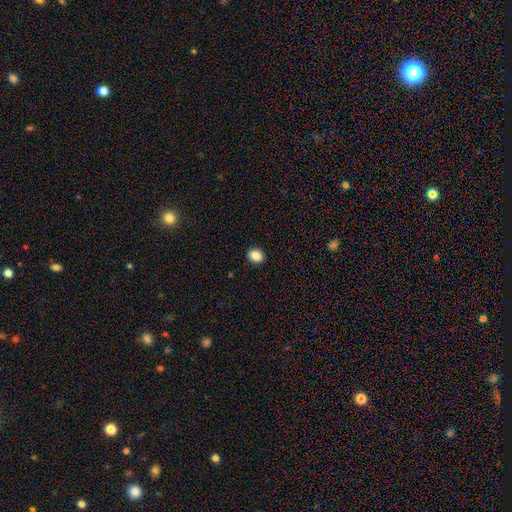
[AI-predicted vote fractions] Smooth or featured? smooth (88%)
How rounded? in between (54%)
Merging? none (90%)